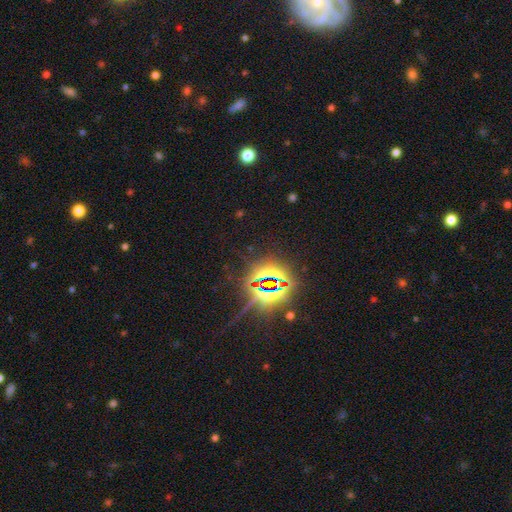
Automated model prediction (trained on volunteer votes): Smooth or featured? Predicted: star or artifact (p=0.84).